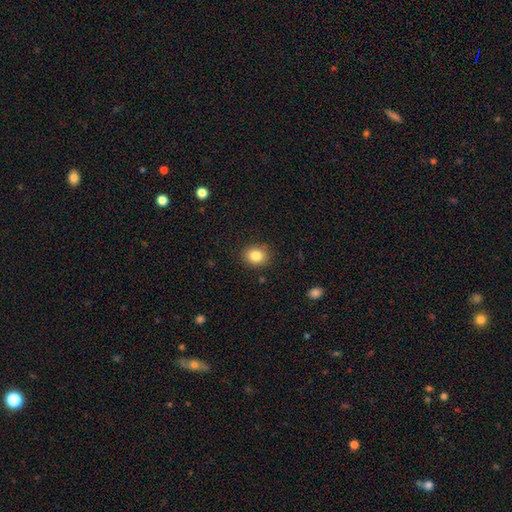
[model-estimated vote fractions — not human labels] The model was most divided on "how rounded": round: 63%, in between: 36%, cigar-shaped: 1%. More confident: merging — none (88%); smooth or featured — smooth (84%).